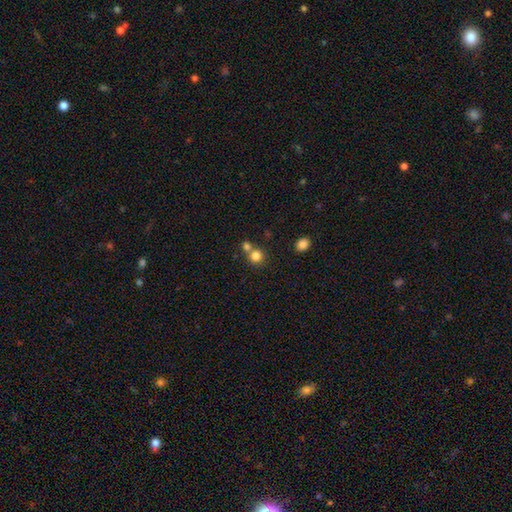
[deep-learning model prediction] Smooth or featured? Predicted: smooth (p=0.81). How rounded? Predicted: round (p=0.88). Merging? Predicted: none (p=0.58).